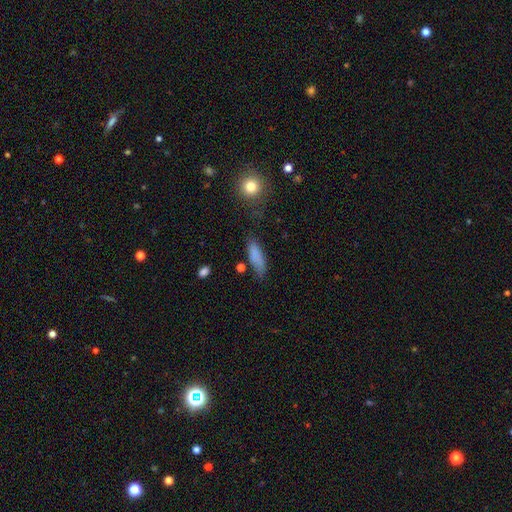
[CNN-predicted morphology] A smooth galaxy with no disk features (83%) that is in between round and cigar-shaped (53%). Merging: none (68%).